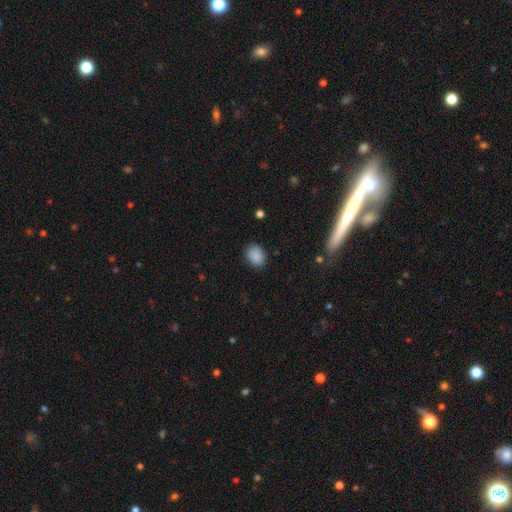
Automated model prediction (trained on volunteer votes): A smooth galaxy with no disk features (88%) that is in between round and cigar-shaped (54%). Merging: none (85%).